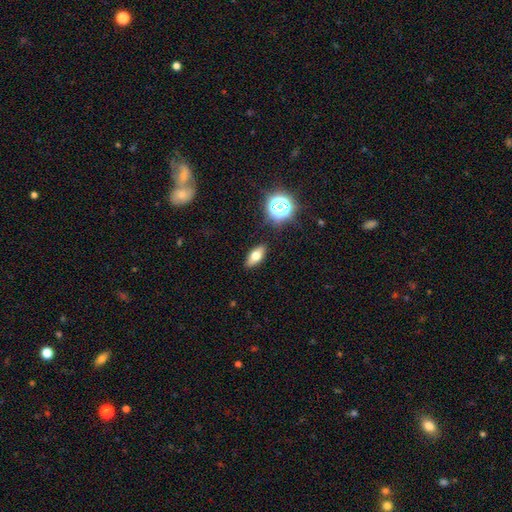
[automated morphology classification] A smooth galaxy with no disk features (65%) that is in between round and cigar-shaped (76%).

Vote fractions:
- Smooth or featured? smooth: 65% / featured or disk: 23% / star or artifact: 12%
- How rounded? in between: 76% / cigar-shaped: 16% / round: 8%
- Merging? none: 88% / minor disturbance: 8% / major disturbance: 2% / merger: 2%